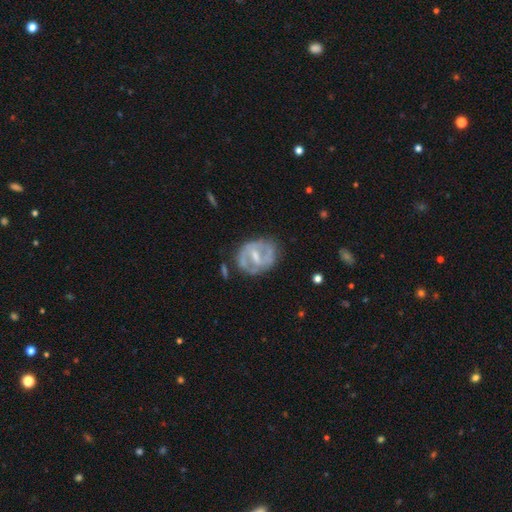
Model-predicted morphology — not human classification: This appears to be a featured or disk galaxy (70%) with a weak bar (46%), spiral arms (50%, tied with no) and a moderate central bulge (48%). Merging: none (62%).